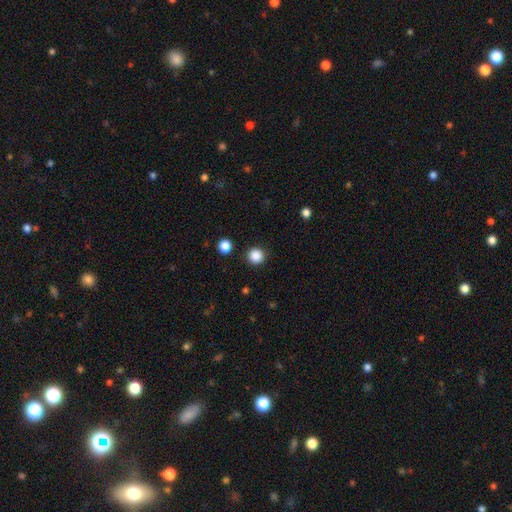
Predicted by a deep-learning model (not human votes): Smooth or featured? smooth (87%)
How rounded? round (95%)
Merging? none (91%)